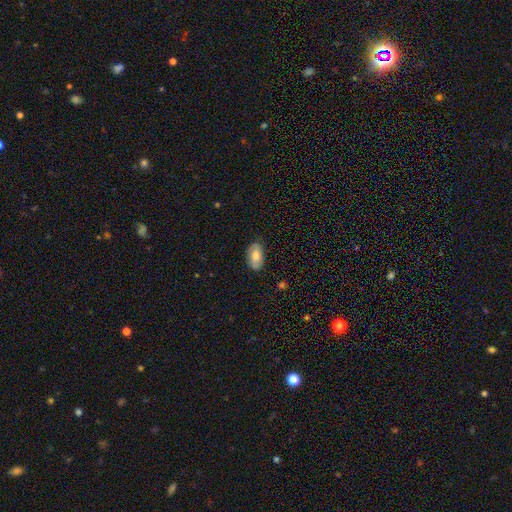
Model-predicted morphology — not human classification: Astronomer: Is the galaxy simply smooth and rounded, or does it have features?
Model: smooth — 68%.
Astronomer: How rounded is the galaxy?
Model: in between — 94%.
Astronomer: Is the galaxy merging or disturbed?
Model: none — 80%.